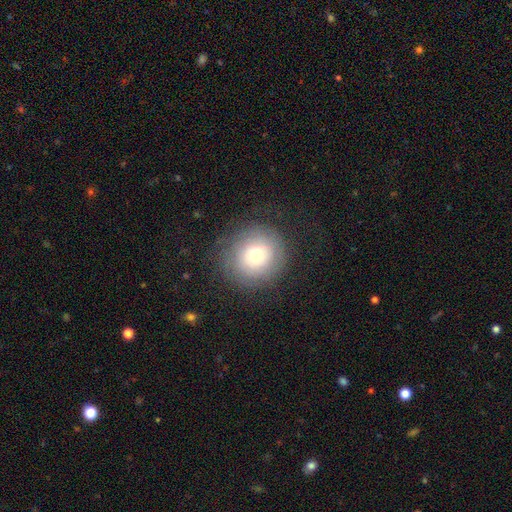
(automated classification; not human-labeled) The model was most divided on "smooth or featured": smooth: 65%, featured or disk: 23%, star or artifact: 12%. More confident: how rounded — round (91%); merging — none (80%).